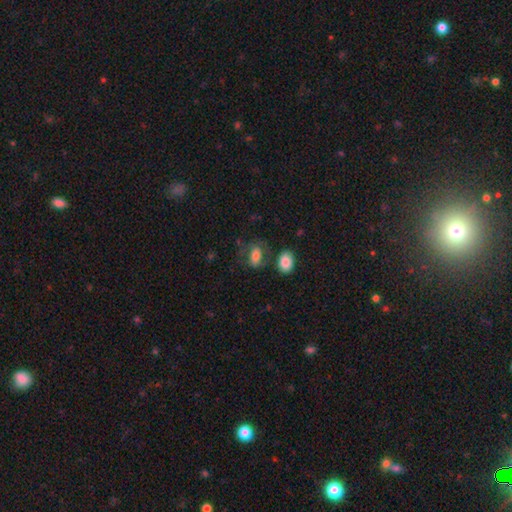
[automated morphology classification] A smooth galaxy with no disk features (69%) that is in between round and cigar-shaped (85%).

Vote fractions:
- Smooth or featured? smooth: 69% / featured or disk: 22% / star or artifact: 9%
- How rounded? in between: 85% / round: 11% / cigar-shaped: 4%
- Merging? none: 55% / minor disturbance: 20% / merger: 13% / major disturbance: 12%